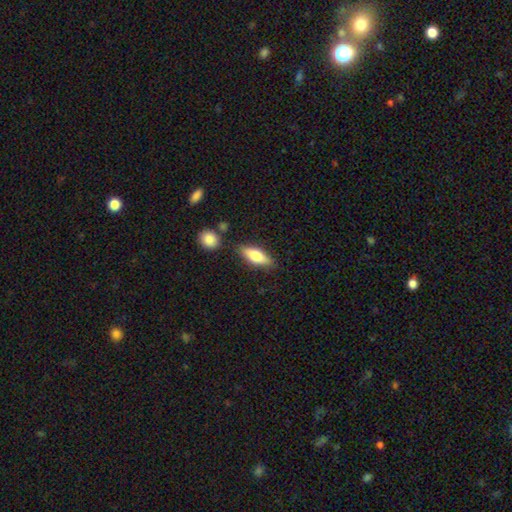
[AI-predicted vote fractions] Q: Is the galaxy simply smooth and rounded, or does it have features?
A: smooth — 72%.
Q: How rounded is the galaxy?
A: in between — 66%.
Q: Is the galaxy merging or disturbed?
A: none — 79%.